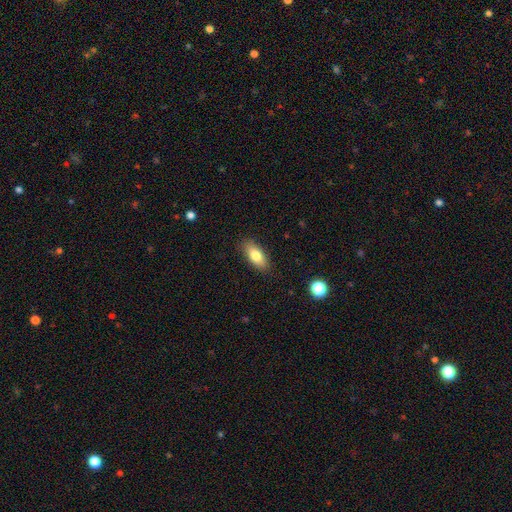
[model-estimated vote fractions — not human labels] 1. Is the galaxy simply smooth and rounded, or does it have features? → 80% smooth, 13% featured or disk, 7% star or artifact.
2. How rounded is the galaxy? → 84% in between, 12% cigar-shaped, 4% round.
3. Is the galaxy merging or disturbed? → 88% none, 9% minor disturbance, 2% major disturbance, 1% merger.